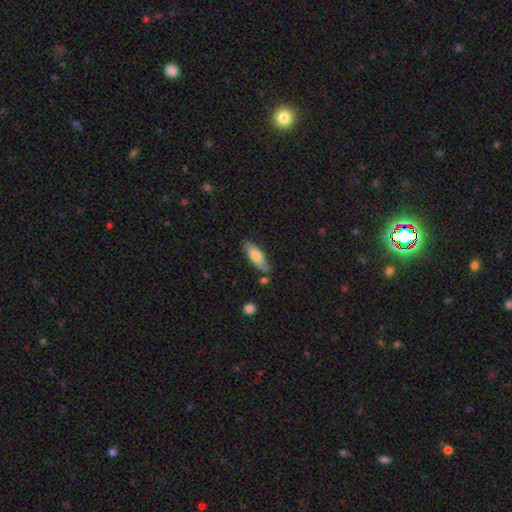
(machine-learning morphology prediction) A smooth galaxy with no disk features (64%) that is in between round and cigar-shaped (74%).

Vote fractions:
- Smooth or featured? smooth: 64% / featured or disk: 30% / star or artifact: 6%
- How rounded? in between: 74% / cigar-shaped: 23% / round: 2%
- Merging? none: 71% / minor disturbance: 19% / merger: 6% / major disturbance: 4%